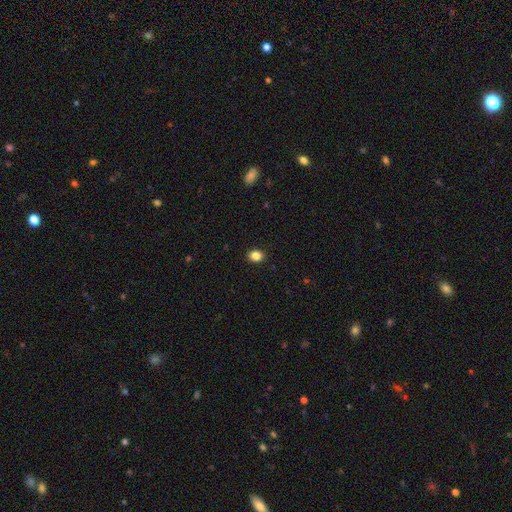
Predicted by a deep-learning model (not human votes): smooth-or-featured: smooth: 85% | star or artifact: 11% | featured or disk: 4%
  how-rounded: in between: 50% | round: 49% | cigar-shaped: 1%
  merging: none: 91% | minor disturbance: 6% | major disturbance: 2% | merger: 1%